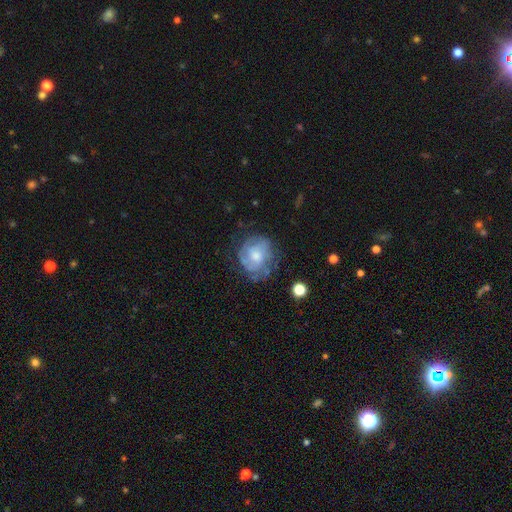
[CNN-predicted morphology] Q: Smooth or featured?
A: featured or disk (56%); runner-up: smooth (36%)
Q: Edge-on disk?
A: no (98%); runner-up: yes (2%)
Q: Bar?
A: no (72%); runner-up: weak (24%)
Q: Spiral arms?
A: yes (68%); runner-up: no (32%)
Q: Bulge size?
A: moderate (52%); runner-up: small (29%)
Q: Merging?
A: none (60%); runner-up: minor disturbance (24%)